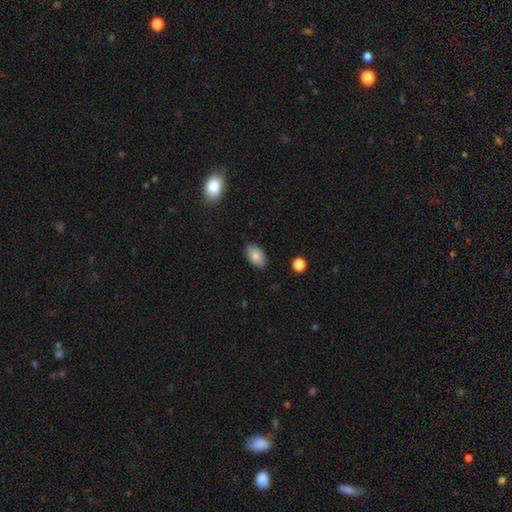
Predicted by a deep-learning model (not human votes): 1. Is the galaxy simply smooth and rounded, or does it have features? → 84% smooth, 9% featured or disk, 8% star or artifact.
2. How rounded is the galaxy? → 92% in between, 7% round, 2% cigar-shaped.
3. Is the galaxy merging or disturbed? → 82% none, 14% minor disturbance, 2% major disturbance, 1% merger.